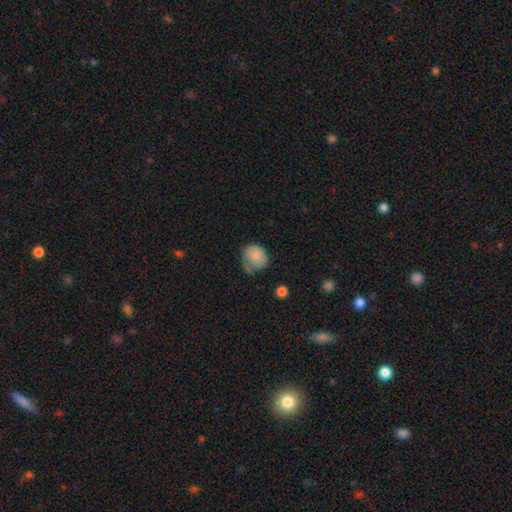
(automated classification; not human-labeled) Smooth or featured? Predicted: smooth (p=0.77). How rounded? Predicted: round (p=0.62). Merging? Predicted: none (p=0.42).